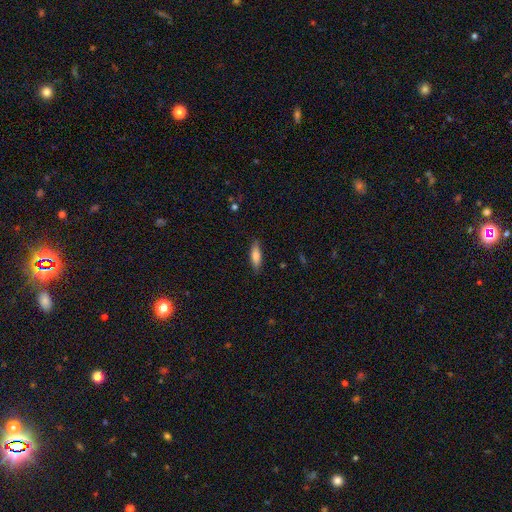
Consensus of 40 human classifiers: Volunteers were most divided on "smooth or featured": smooth: 57%, featured or disk: 32%, star or artifact: 10%. More confident: how rounded — cigar-shaped (87%); merging — none (86%).